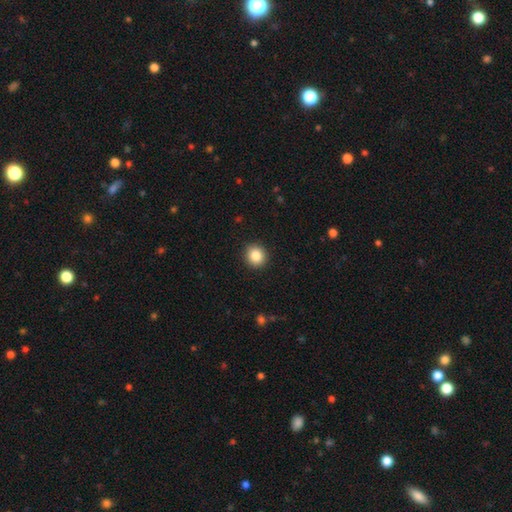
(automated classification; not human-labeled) Q: Smooth or featured?
A: smooth (86%); runner-up: star or artifact (9%)
Q: How rounded?
A: round (91%); runner-up: in between (8%)
Q: Merging?
A: none (92%); runner-up: minor disturbance (5%)